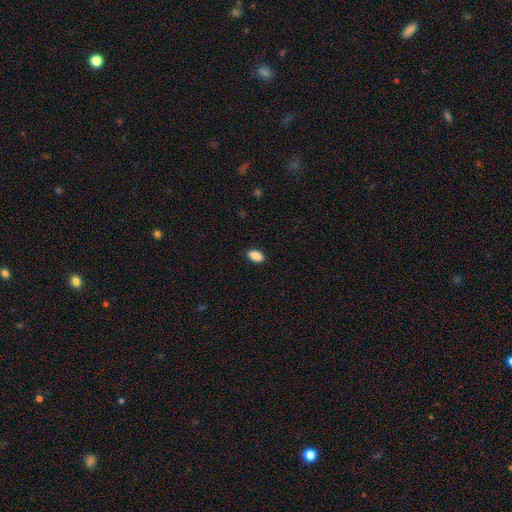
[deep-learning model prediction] smooth 90%, star or artifact 7%, featured or disk 3%. Down the decision tree: how rounded — in between (93%); merging — none (89%).